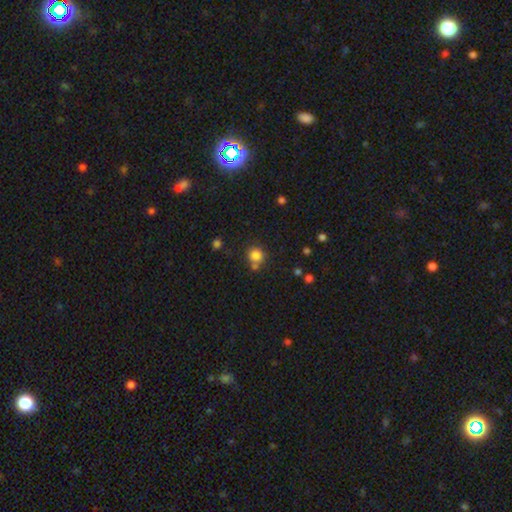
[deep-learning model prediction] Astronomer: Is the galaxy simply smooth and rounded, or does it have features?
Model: smooth — 82%.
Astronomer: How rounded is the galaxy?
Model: round — 89%.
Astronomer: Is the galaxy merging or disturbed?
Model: none — 63%.